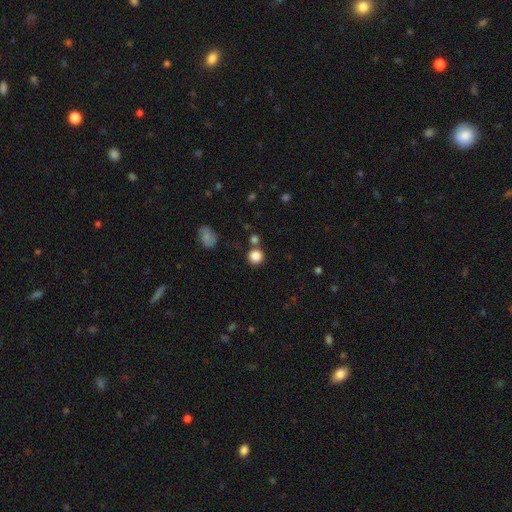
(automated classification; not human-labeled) Smooth or featured? smooth (84%)
How rounded? round (92%)
Merging? none (76%)